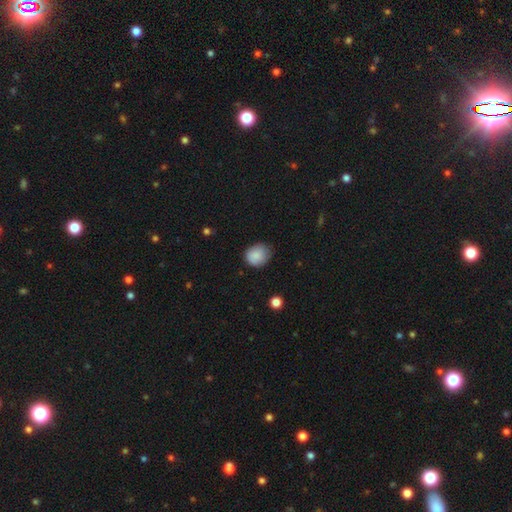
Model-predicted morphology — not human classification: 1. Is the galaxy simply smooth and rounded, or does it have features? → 86% smooth, 8% star or artifact, 6% featured or disk.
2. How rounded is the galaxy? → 73% round, 26% in between, 1% cigar-shaped.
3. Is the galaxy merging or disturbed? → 64% none, 30% minor disturbance, 5% major disturbance, 1% merger.